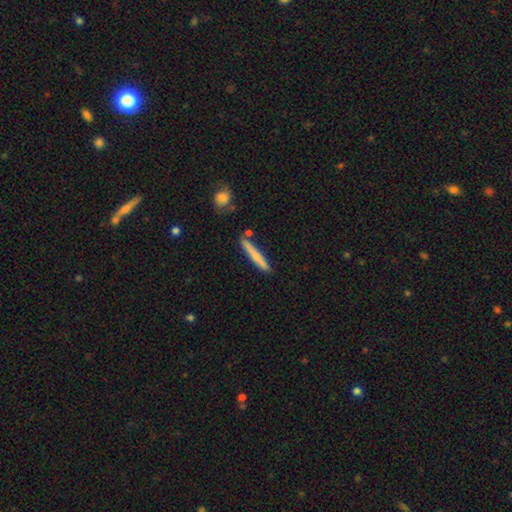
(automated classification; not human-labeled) smooth 63%, featured or disk 31%, star or artifact 6%. Down the decision tree: how rounded — cigar-shaped (94%); merging — none (81%).